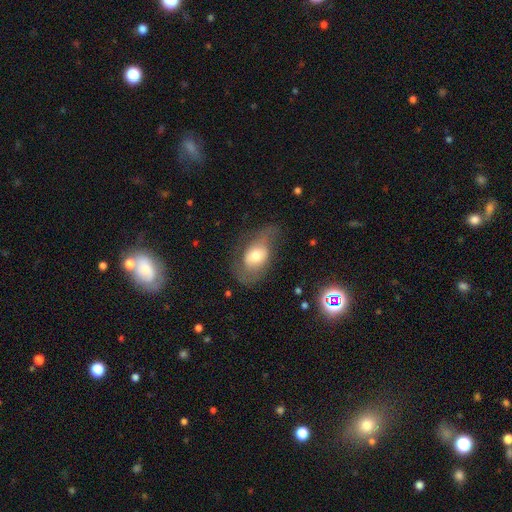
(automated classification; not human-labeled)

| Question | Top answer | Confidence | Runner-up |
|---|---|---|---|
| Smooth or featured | smooth | 46% | featured or disk (45%) |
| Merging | none | 50% | minor disturbance (26%) |